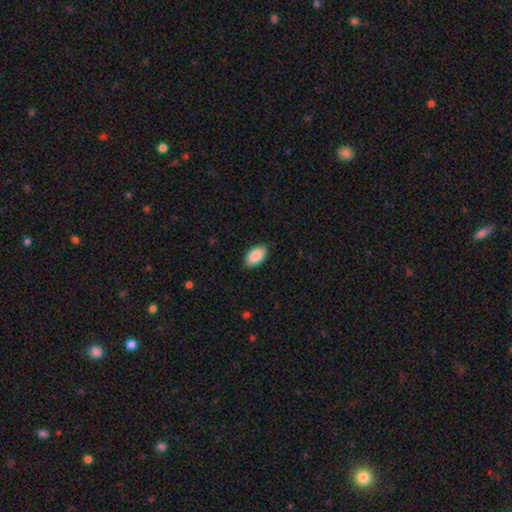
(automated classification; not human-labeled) A smooth galaxy with no disk features (90%) that is in between round and cigar-shaped (95%). Merging: none (88%).